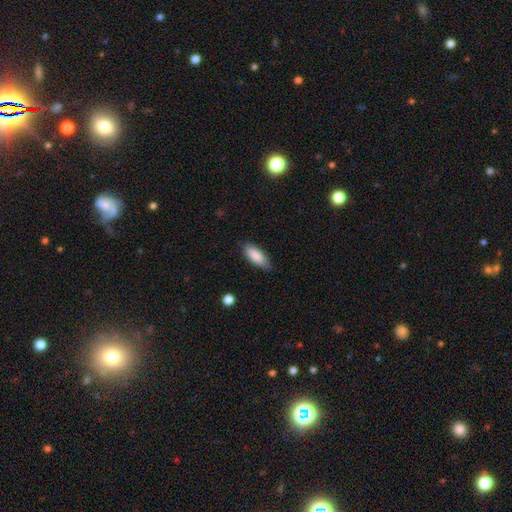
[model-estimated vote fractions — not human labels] Q: Smooth or featured?
A: smooth (87%); runner-up: featured or disk (7%)
Q: How rounded?
A: in between (80%); runner-up: cigar-shaped (19%)
Q: Merging?
A: none (78%); runner-up: minor disturbance (18%)